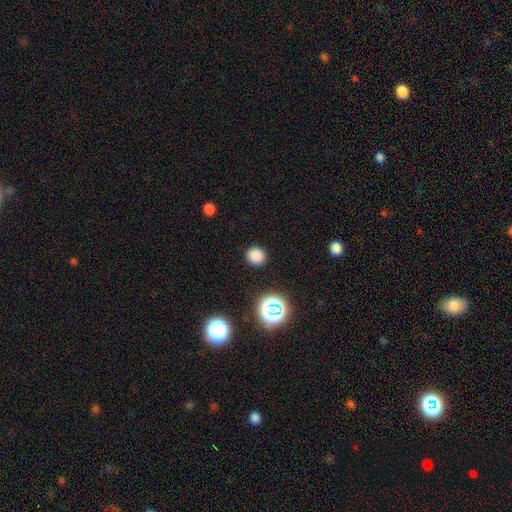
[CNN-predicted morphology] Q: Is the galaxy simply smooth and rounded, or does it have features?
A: smooth — 79%.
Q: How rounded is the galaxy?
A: round — 90%.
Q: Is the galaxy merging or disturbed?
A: none — 90%.